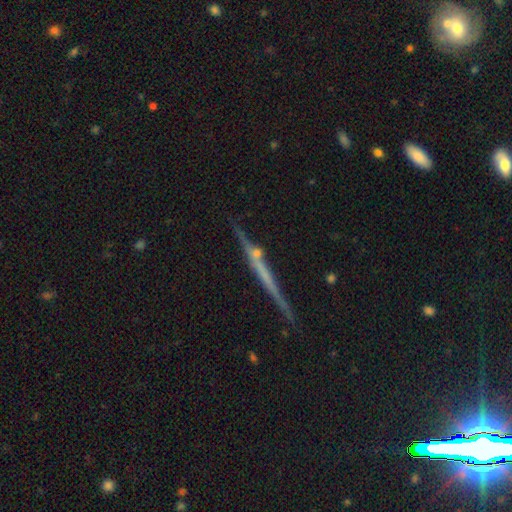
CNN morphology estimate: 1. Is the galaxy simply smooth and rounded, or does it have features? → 68% featured or disk, 23% smooth, 8% star or artifact.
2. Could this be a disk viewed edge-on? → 97% yes, 3% no.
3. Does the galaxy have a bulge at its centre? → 73% none, 20% rounded, 7% boxy.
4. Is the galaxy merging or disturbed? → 83% none, 10% minor disturbance, 4% merger, 3% major disturbance.